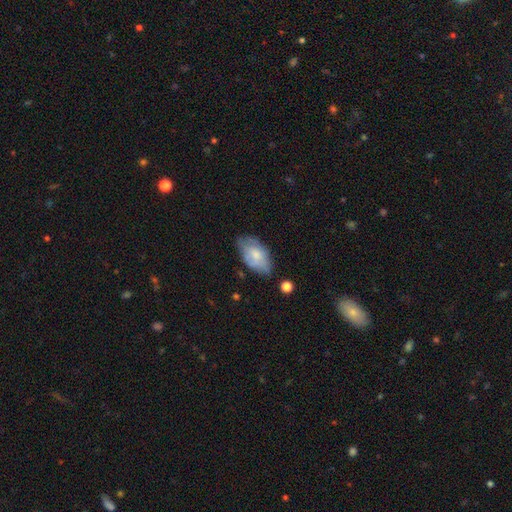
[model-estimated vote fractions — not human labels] smooth 66%, featured or disk 27%, star or artifact 7%. Down the decision tree: how rounded — in between (94%); merging — none (52%).